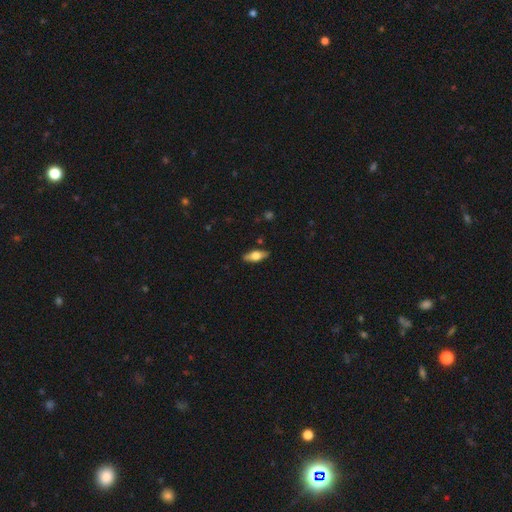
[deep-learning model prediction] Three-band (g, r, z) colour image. It shows a smooth galaxy with no disk features (58%) that is in between round and cigar-shaped (72%). Merging: none (87%).